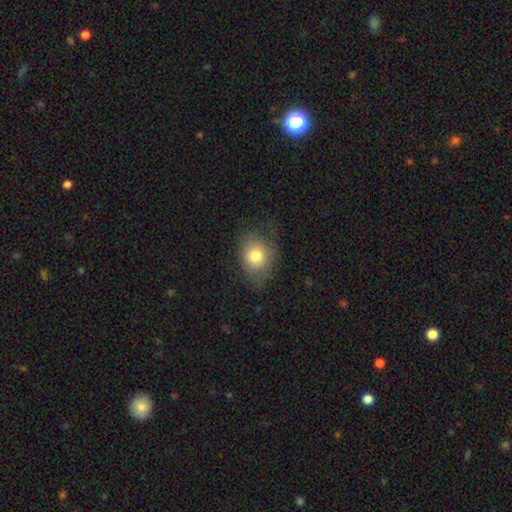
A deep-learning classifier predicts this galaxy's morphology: Smooth or featured? smooth (78%)
How rounded? in between (51%)
Merging? none (64%)